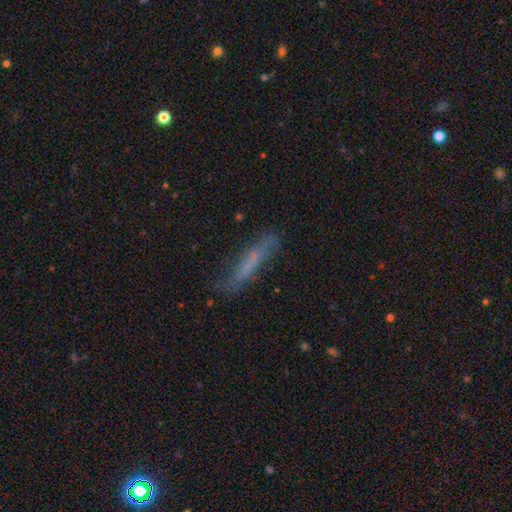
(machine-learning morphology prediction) A smooth galaxy with no disk features (49%).

Vote fractions:
- Smooth or featured? smooth: 49% / featured or disk: 38% / star or artifact: 14%
- Merging? none: 76% / minor disturbance: 17% / major disturbance: 5% / merger: 2%